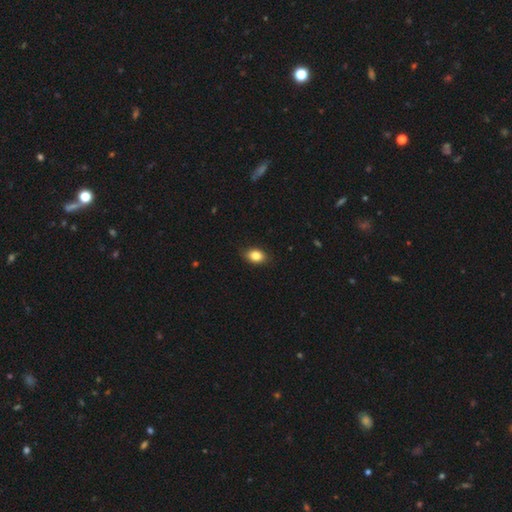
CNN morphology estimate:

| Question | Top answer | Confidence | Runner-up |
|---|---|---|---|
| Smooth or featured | smooth | 84% | star or artifact (8%) |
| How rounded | in between | 79% | round (20%) |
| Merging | none | 84% | minor disturbance (13%) |